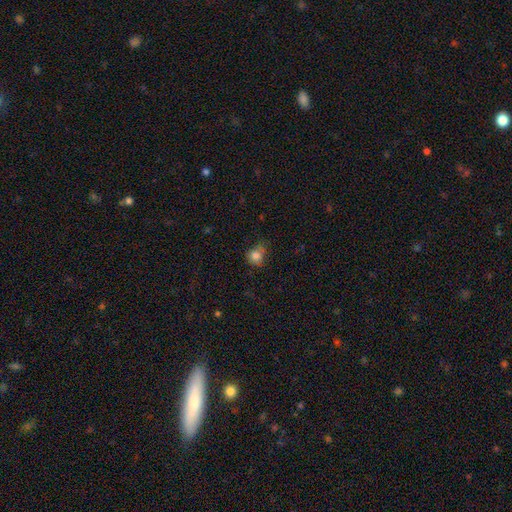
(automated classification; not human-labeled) smooth-or-featured: smooth: 80% | star or artifact: 12% | featured or disk: 8%
  how-rounded: round: 71% | in between: 28% | cigar-shaped: 1%
  merging: none: 54% | minor disturbance: 31% | major disturbance: 12% | merger: 4%